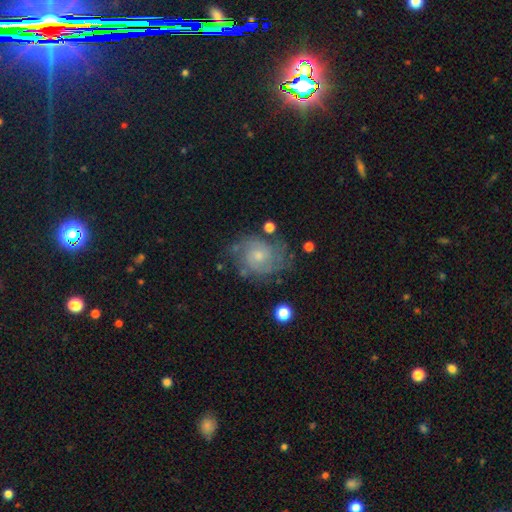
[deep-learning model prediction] A featured or disk galaxy (70%) with no bar (74%), tight (58%) spiral arms (92%) and a small central bulge (62%).

Vote fractions:
- Smooth or featured? featured or disk: 70% / smooth: 16% / star or artifact: 14%
- Edge-on disk? no: 97% / yes: 3%
- Bar? no: 74% / weak: 22% / strong: 4%
- Spiral arms? yes: 92% / no: 8%
- Spiral winding? tight: 58% / medium: 33% / loose: 9%
- Spiral arm count? can't tell: 37% / 2: 30% / 3: 16% / 4: 7% / 1: 5% / more than 4: 5%
- Bulge size? small: 62% / moderate: 31% / none: 4% / large: 2% / dominant: 1%
- Merging? none: 73% / minor disturbance: 17% / major disturbance: 8% / merger: 3%